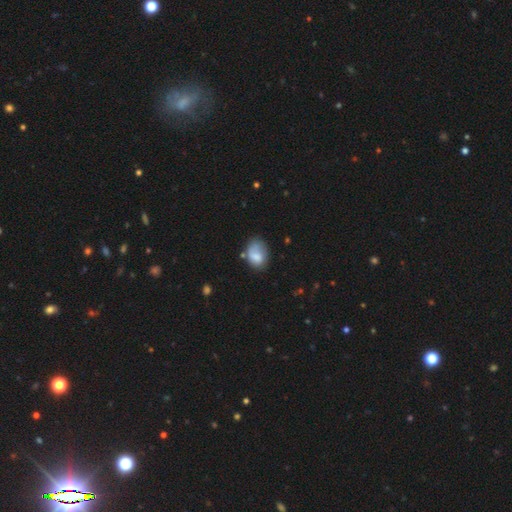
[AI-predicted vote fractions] This is likely a smooth galaxy (71%). How rounded: likely in between (73%). Merging: possibly none (47%).